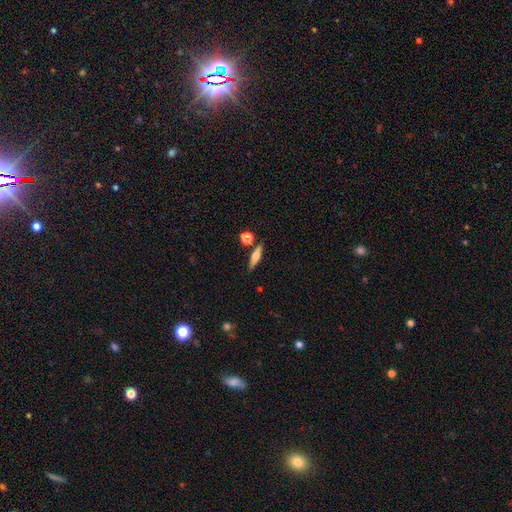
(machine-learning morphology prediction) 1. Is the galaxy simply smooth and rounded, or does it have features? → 51% smooth, 41% featured or disk, 8% star or artifact.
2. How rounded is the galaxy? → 64% cigar-shaped, 30% in between, 5% round.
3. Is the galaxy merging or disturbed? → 79% none, 10% minor disturbance, 8% merger, 3% major disturbance.